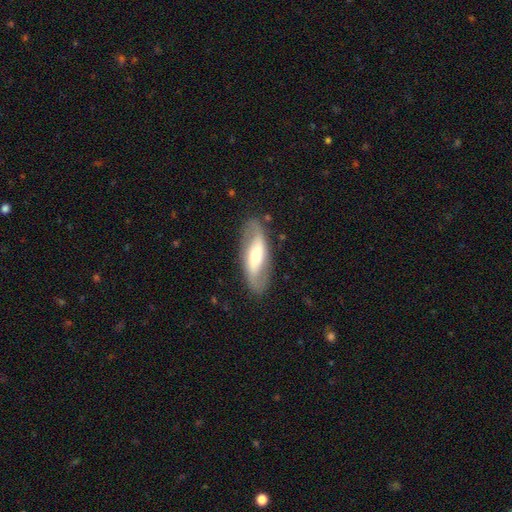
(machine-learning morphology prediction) This is likely a featured or disk galaxy (65%). It is clearly not viewed edge-on (84%). Bar: marginally strong (40%). Spiral arm pattern: likely yes (73%). Central bulge: possibly moderate (55%). Merging: clearly none (82%).